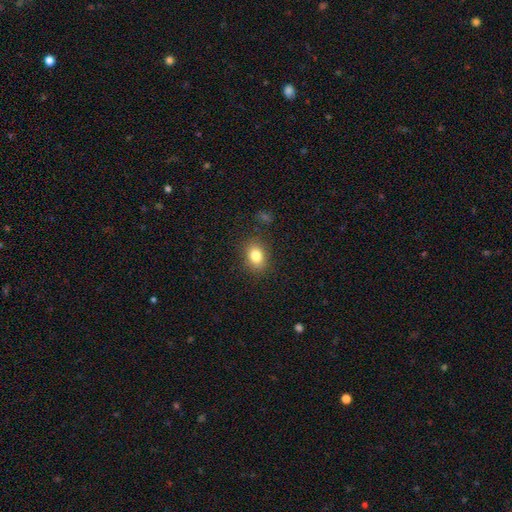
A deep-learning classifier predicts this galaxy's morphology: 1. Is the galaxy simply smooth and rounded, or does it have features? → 82% smooth, 10% star or artifact, 8% featured or disk.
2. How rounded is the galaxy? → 66% in between, 33% round, 1% cigar-shaped.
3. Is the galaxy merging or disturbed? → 86% none, 10% minor disturbance, 3% major disturbance, 1% merger.